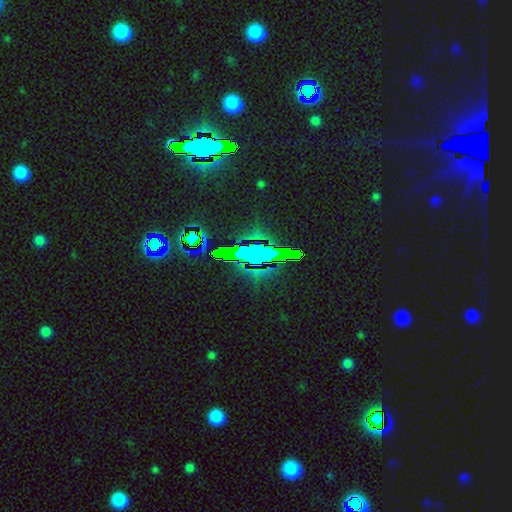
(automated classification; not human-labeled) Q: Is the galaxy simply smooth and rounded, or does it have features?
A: star or artifact — 76%.